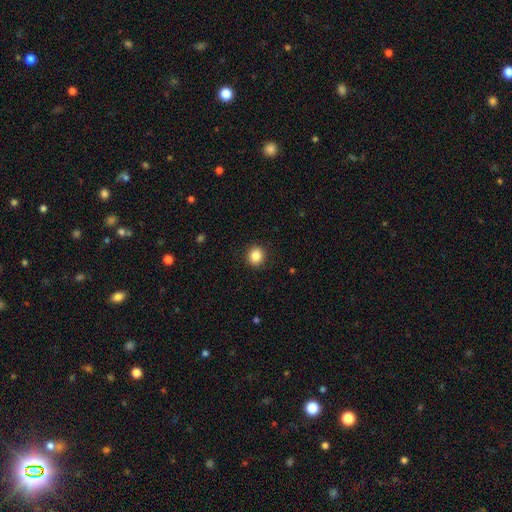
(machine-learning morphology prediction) Smooth or featured? Predicted: smooth (p=0.85). How rounded? Predicted: round (p=0.88). Merging? Predicted: none (p=0.91).